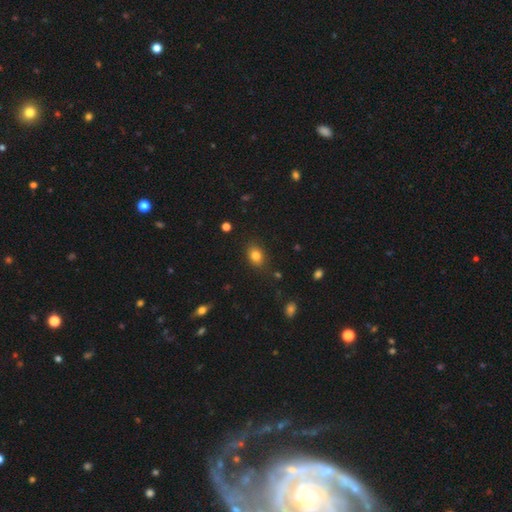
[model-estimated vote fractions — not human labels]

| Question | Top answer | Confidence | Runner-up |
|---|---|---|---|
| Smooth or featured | smooth | 81% | star or artifact (11%) |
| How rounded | in between | 68% | round (31%) |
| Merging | none | 82% | minor disturbance (12%) |